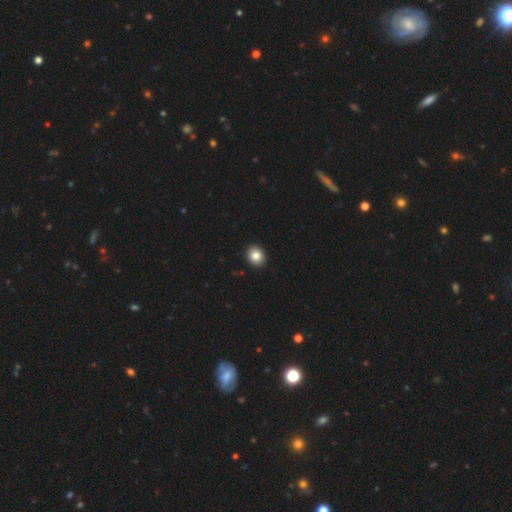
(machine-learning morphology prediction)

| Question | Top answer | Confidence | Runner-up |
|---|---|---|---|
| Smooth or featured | smooth | 85% | star or artifact (10%) |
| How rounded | round | 72% | in between (27%) |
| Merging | none | 92% | minor disturbance (5%) |